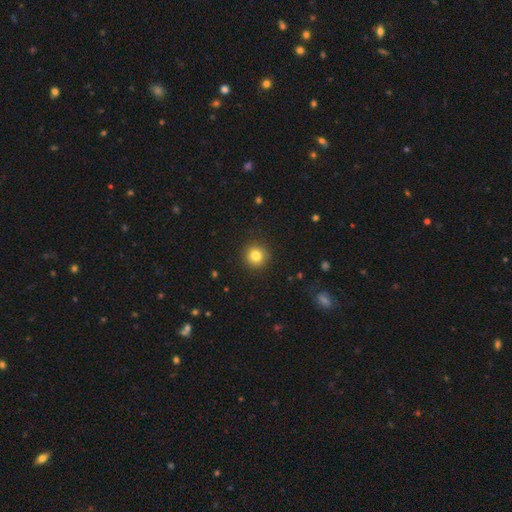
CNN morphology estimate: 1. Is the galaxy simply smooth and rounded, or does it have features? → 82% smooth, 12% star or artifact, 7% featured or disk.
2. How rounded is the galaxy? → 94% round, 5% in between, 1% cigar-shaped.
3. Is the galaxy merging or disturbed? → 92% none, 5% minor disturbance, 2% major disturbance, 1% merger.